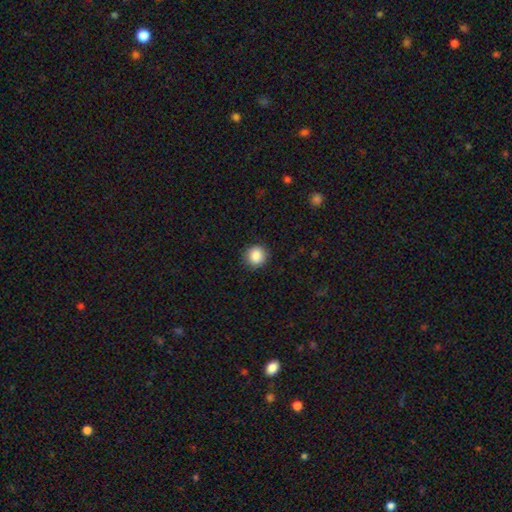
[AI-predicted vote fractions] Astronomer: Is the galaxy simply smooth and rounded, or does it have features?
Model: smooth — 87%.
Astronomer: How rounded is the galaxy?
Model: round — 90%.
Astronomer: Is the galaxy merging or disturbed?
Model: none — 90%.